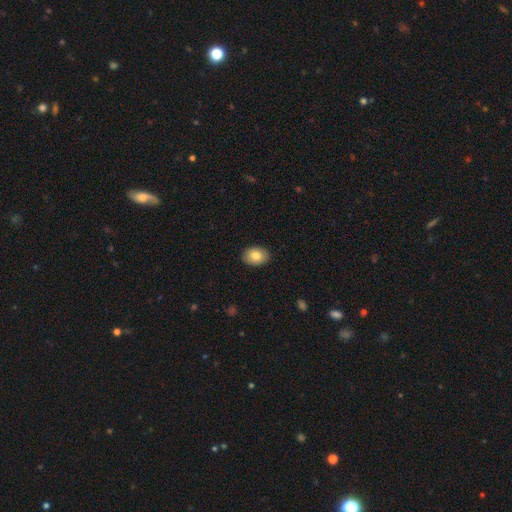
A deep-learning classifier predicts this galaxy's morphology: smooth-or-featured: smooth: 81% | featured or disk: 11% | star or artifact: 7%
  how-rounded: in between: 78% | round: 21% | cigar-shaped: 1%
  merging: none: 90% | minor disturbance: 7% | major disturbance: 2% | merger: 1%